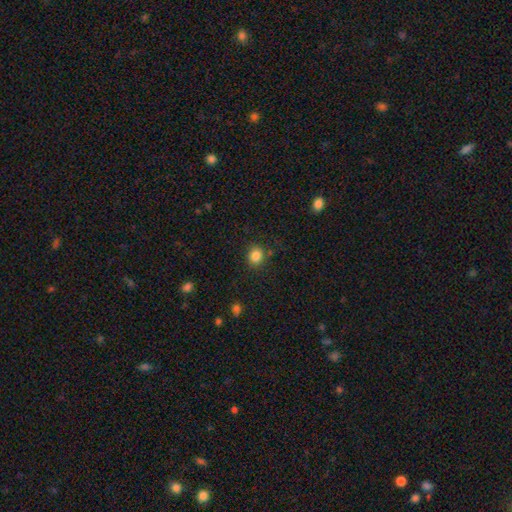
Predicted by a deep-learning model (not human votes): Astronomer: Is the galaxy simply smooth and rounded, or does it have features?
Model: smooth — 85%.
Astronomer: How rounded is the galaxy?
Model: round — 78%.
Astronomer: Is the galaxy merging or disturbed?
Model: none — 83%.